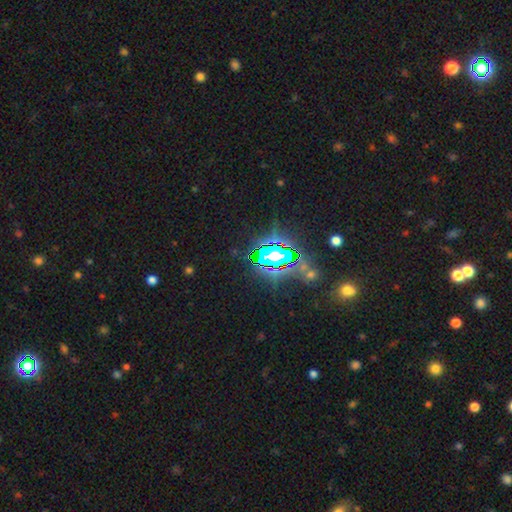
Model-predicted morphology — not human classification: Smooth or featured? star or artifact (75%)